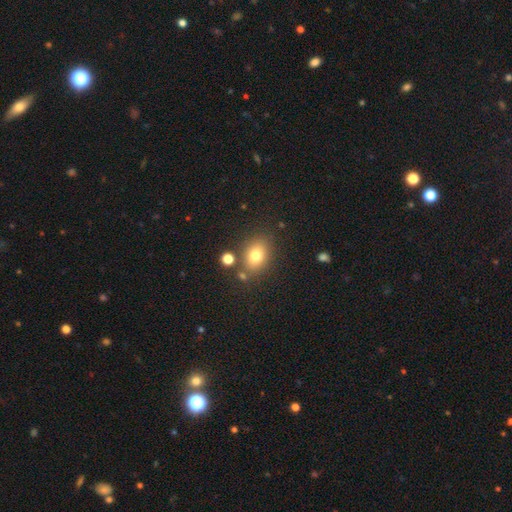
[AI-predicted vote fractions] Smooth or featured: smooth — 77% (star or artifact — 12%)
How rounded: in between — 62% (round — 36%)
Merging: none — 75% (minor disturbance — 13%)